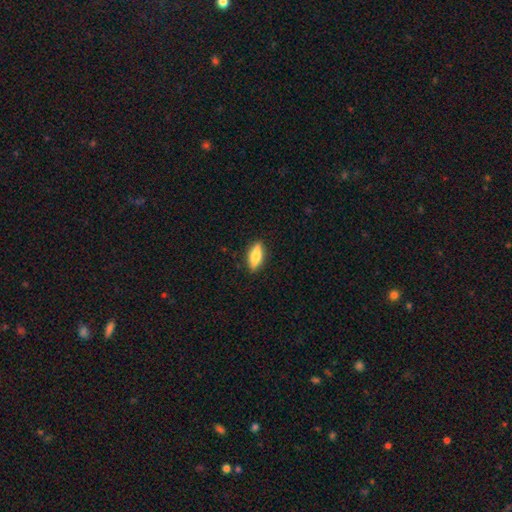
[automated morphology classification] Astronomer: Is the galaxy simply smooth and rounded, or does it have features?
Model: smooth — 72%.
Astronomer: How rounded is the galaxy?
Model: in between — 63%.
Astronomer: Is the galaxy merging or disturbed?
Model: none — 88%.